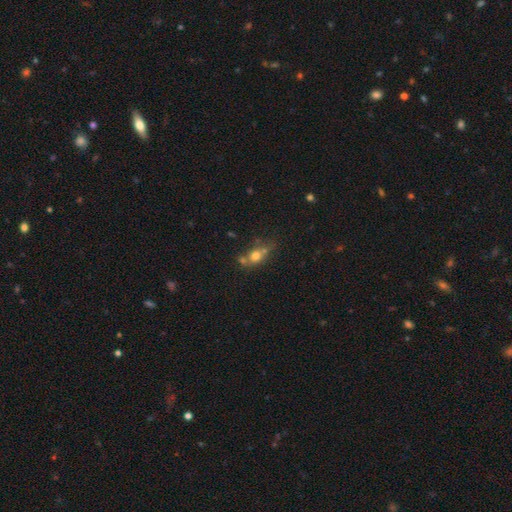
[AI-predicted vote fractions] This appears to be a smooth galaxy with no disk features (66%) that is round (49%). Merging: none (43%).